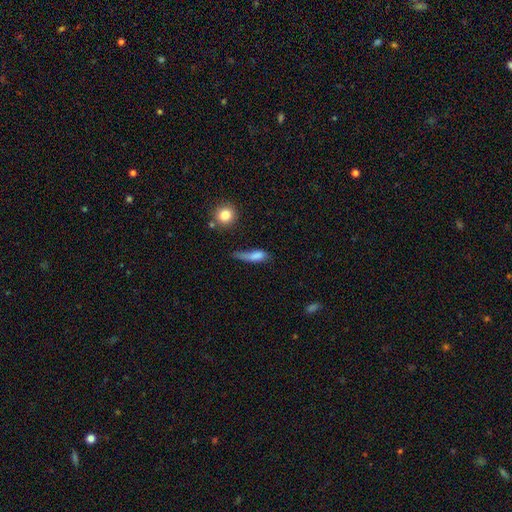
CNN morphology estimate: A smooth galaxy with no disk features (73%) that is in between round and cigar-shaped (49%). Merging: major disturbance (33%).